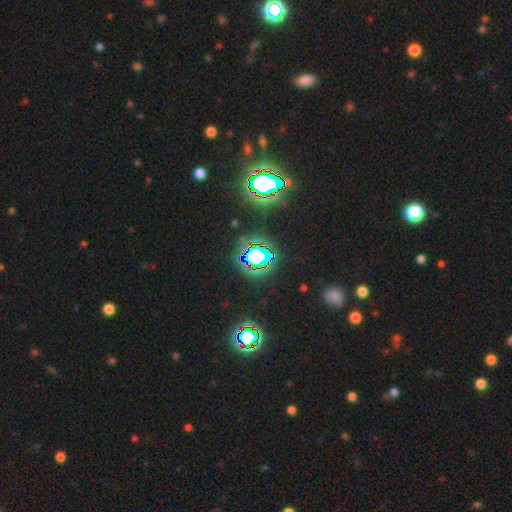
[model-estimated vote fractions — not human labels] Smooth or featured: star or artifact — 71% (smooth — 18%)